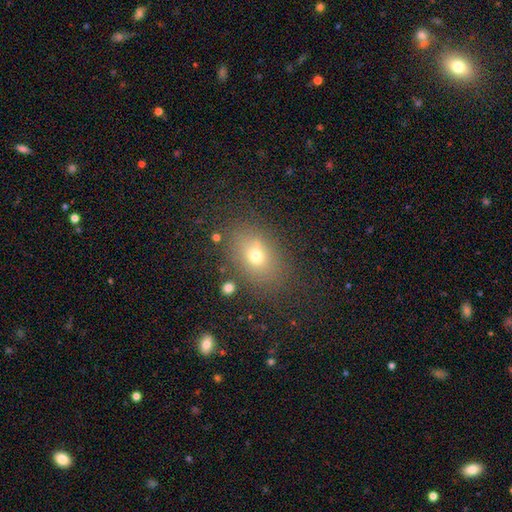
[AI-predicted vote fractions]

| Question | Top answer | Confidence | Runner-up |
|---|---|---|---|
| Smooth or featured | smooth | 67% | star or artifact (16%) |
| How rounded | in between | 73% | round (25%) |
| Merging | none | 78% | minor disturbance (13%) |